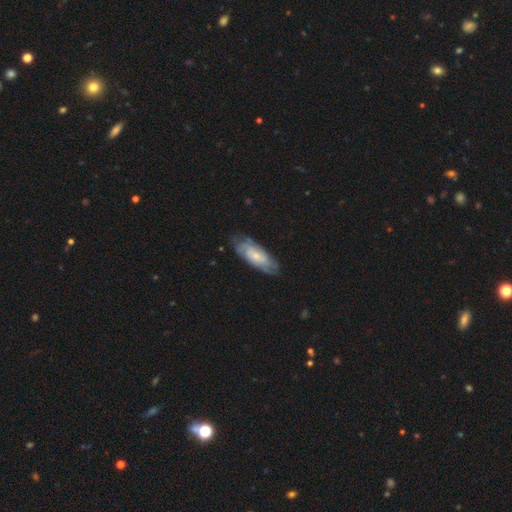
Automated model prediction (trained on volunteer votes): Q: Smooth or featured?
A: featured or disk (59%); runner-up: smooth (35%)
Q: Edge-on disk?
A: no (86%); runner-up: yes (14%)
Q: Bar?
A: no (69%); runner-up: weak (26%)
Q: Spiral arms?
A: yes (81%); runner-up: no (19%)
Q: Bulge size?
A: small (63%); runner-up: moderate (29%)
Q: Merging?
A: none (71%); runner-up: minor disturbance (21%)